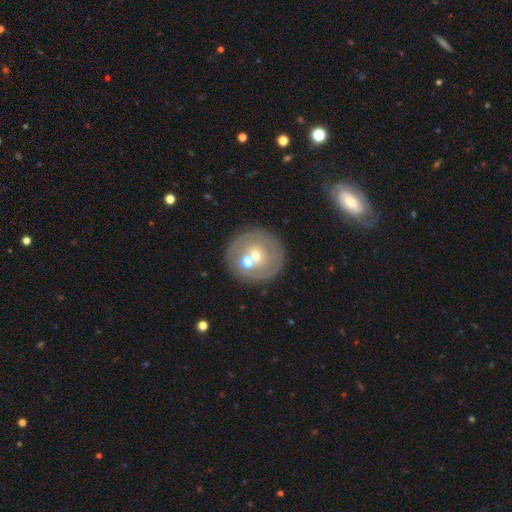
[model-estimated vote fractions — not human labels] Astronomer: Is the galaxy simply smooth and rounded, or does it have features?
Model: featured or disk — 46% (runner-up: smooth, 43%).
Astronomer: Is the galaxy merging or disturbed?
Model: none — 71%.